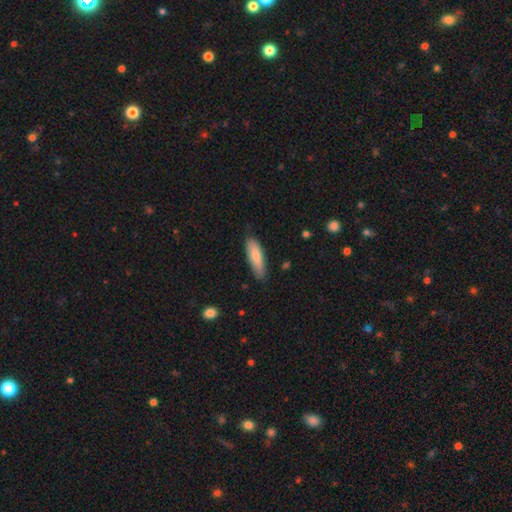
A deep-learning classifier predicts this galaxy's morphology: smooth-or-featured: smooth: 83% | featured or disk: 12% | star or artifact: 5%
  how-rounded: cigar-shaped: 53% | in between: 46% | round: 1%
  merging: none: 80% | minor disturbance: 16% | major disturbance: 3% | merger: 1%